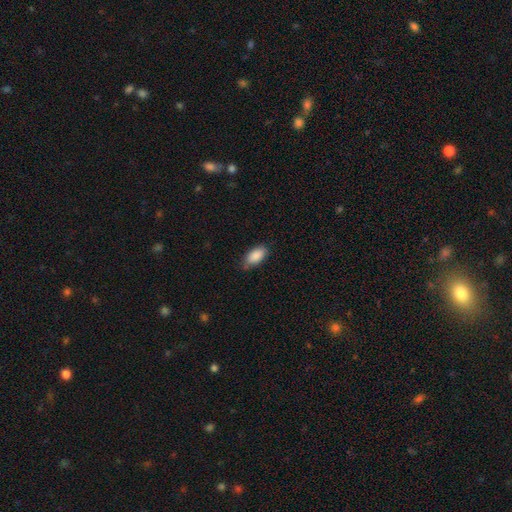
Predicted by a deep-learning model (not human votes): Smooth or featured? smooth (89%)
How rounded? in between (93%)
Merging? none (75%)